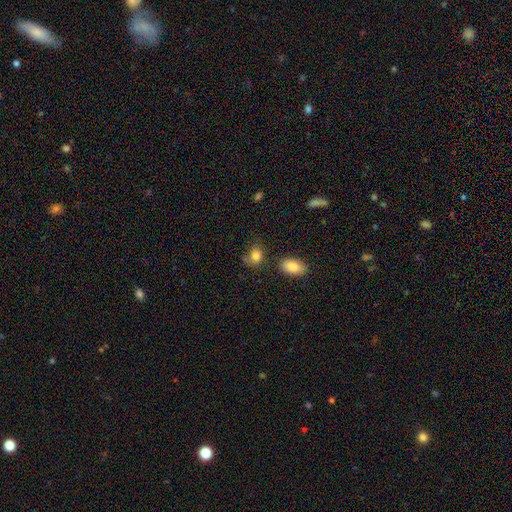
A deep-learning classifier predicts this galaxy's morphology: This is clearly a smooth galaxy (83%). How rounded: possibly in between (56%). Merging: possibly none (57%).